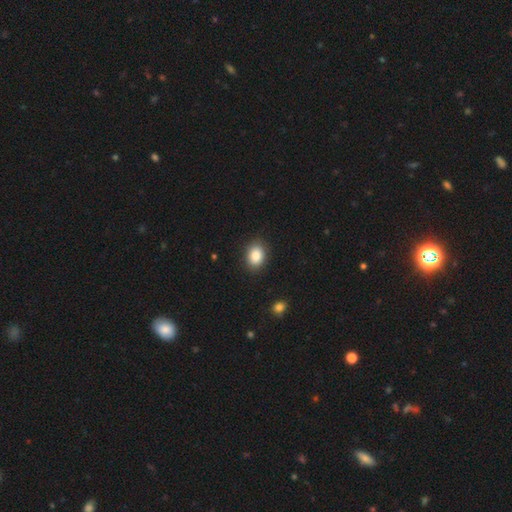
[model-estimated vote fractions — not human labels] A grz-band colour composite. It shows a smooth galaxy with no disk features (86%) that is in between round and cigar-shaped (67%). Merging: none (88%).